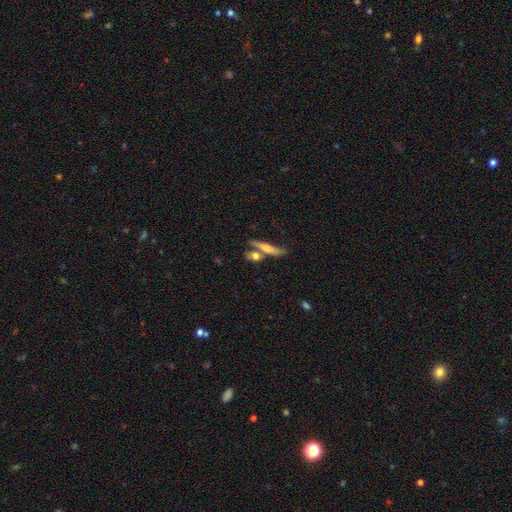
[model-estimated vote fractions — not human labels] Morphology: type=smooth (58%); roundness=cigar-shaped (53%); merging=none (50%).